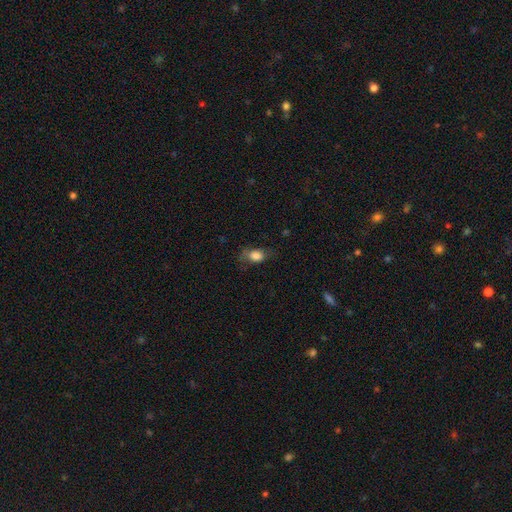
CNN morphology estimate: Smooth or featured? Predicted: smooth (p=0.78). How rounded? Predicted: in between (p=0.75). Merging? Predicted: none (p=0.56).